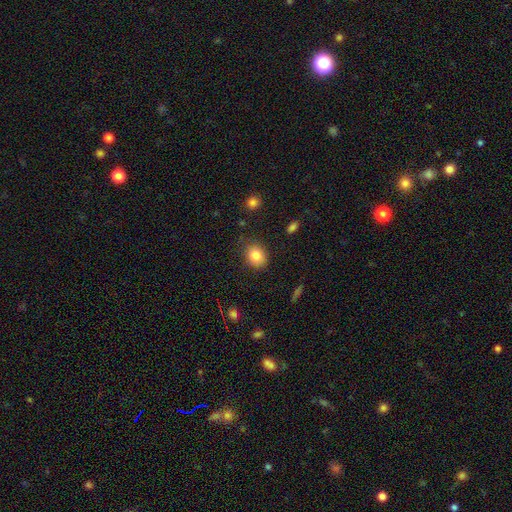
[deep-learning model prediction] A smooth galaxy with no disk features (83%) that is round (59%). Merging: none (83%).